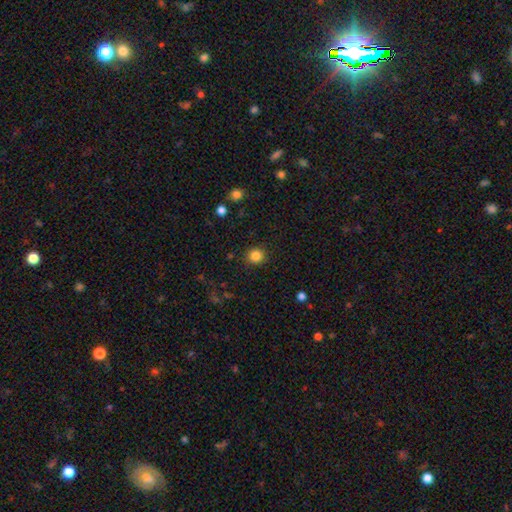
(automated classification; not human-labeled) smooth_or_featured: smooth (p=0.84) [alt: star or artifact p=0.12]
how_rounded: round (p=0.91) [alt: in between p=0.08]
merging: none (p=0.90) [alt: minor disturbance p=0.07]